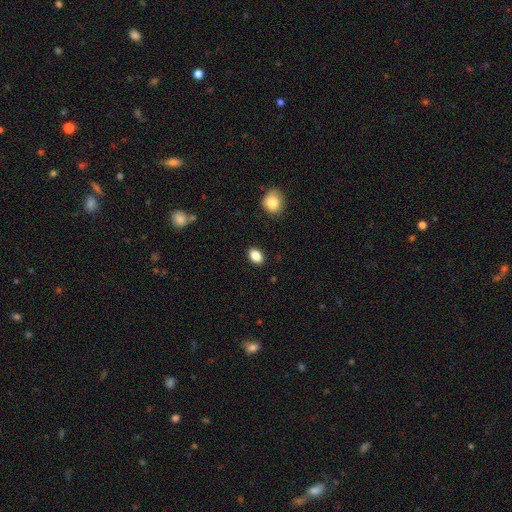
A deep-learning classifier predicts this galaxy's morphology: Q: Smooth or featured?
A: smooth (87%); runner-up: star or artifact (9%)
Q: How rounded?
A: in between (81%); runner-up: round (18%)
Q: Merging?
A: none (89%); runner-up: minor disturbance (8%)